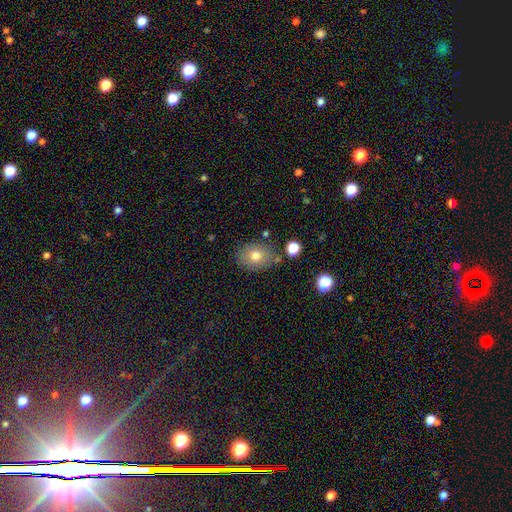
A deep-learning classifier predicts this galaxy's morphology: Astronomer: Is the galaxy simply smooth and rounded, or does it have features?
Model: smooth — 76%.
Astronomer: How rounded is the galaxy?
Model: in between — 65%.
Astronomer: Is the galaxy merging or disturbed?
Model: none — 78%.